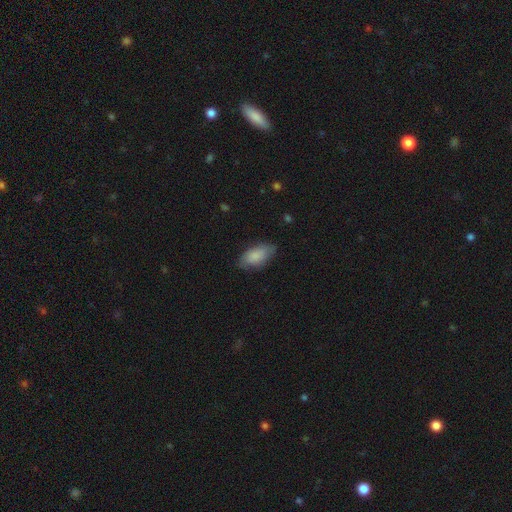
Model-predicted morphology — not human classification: Smooth or featured?
  - smooth: 83% *
  - featured or disk: 11%
  - star or artifact: 6%
How rounded?
  - in between: 92% *
  - cigar-shaped: 6%
  - round: 2%
Merging?
  - none: 73% *
  - minor disturbance: 21%
  - major disturbance: 5%
  - merger: 1%